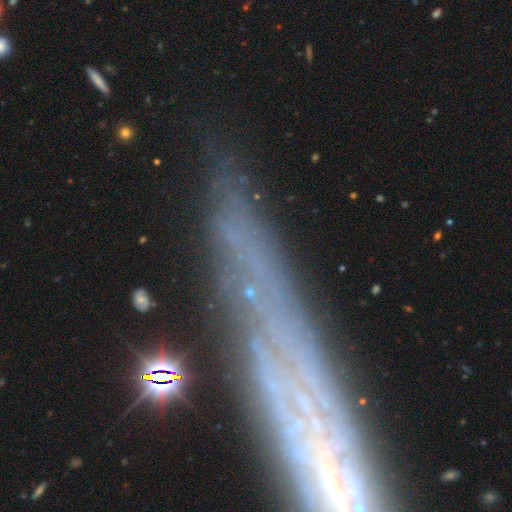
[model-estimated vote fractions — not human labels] Morphology: type=featured or disk (44%); merging=none (76%).